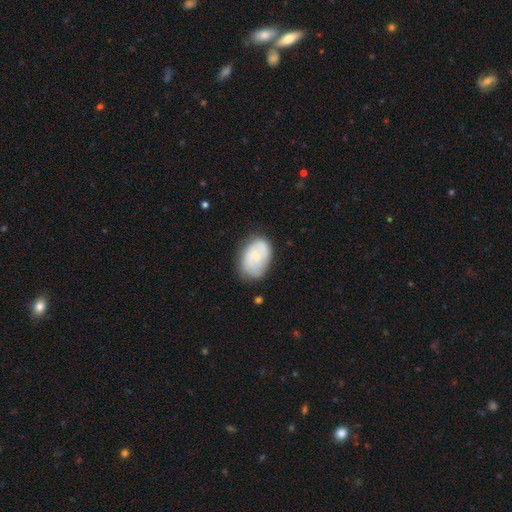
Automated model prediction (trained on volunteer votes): Smooth or featured? Predicted: smooth (p=0.53). How rounded? Predicted: in between (p=0.84). Merging? Predicted: none (p=0.68).